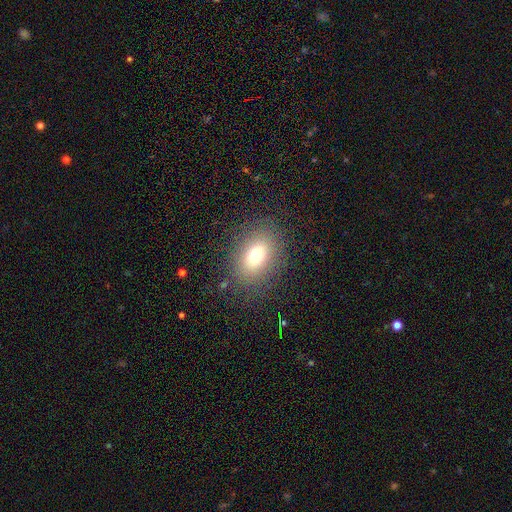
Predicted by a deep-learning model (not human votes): Smooth or featured?
  - smooth: 72% *
  - featured or disk: 14%
  - star or artifact: 13%
How rounded?
  - in between: 73% *
  - round: 26%
  - cigar-shaped: 2%
Merging?
  - none: 84% *
  - minor disturbance: 10%
  - major disturbance: 5%
  - merger: 1%